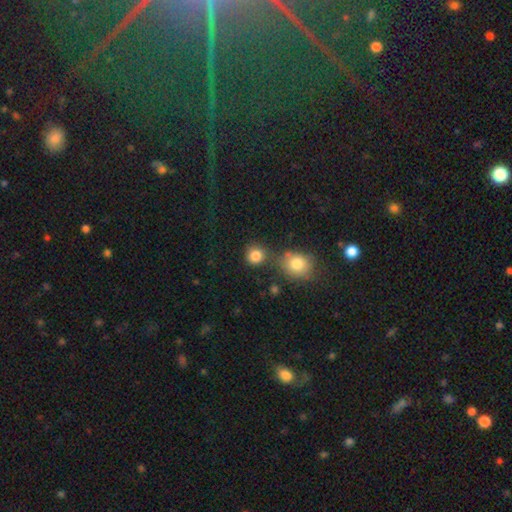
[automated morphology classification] Smooth or featured?
  - smooth: 83% *
  - star or artifact: 12%
  - featured or disk: 5%
How rounded?
  - round: 89% *
  - in between: 10%
  - cigar-shaped: 1%
Merging?
  - none: 76% *
  - merger: 12%
  - minor disturbance: 9%
  - major disturbance: 3%